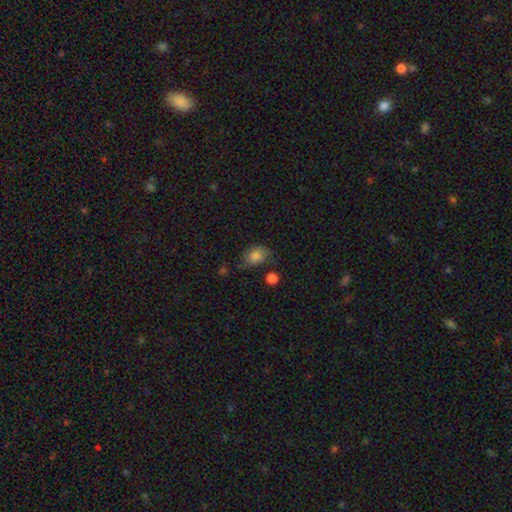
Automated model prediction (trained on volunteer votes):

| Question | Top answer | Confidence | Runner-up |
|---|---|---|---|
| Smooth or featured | smooth | 82% | star or artifact (10%) |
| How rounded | in between | 69% | round (30%) |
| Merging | none | 55% | minor disturbance (29%) |